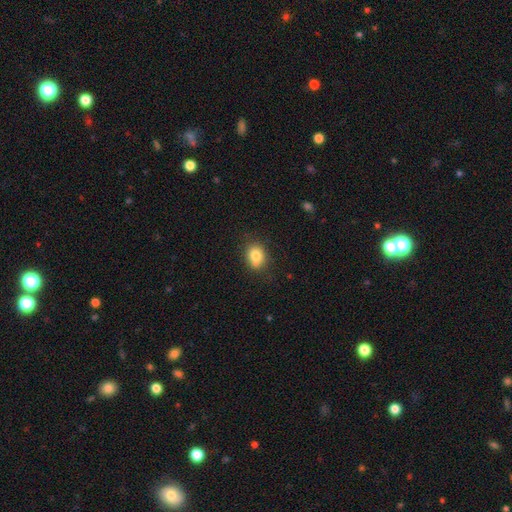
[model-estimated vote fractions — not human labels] Smooth or featured: smooth — 79% (featured or disk — 11%)
How rounded: round — 57% (in between — 42%)
Merging: none — 69% (minor disturbance — 18%)